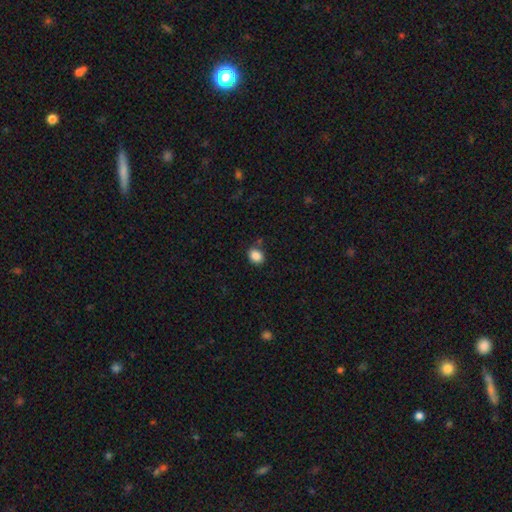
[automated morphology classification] Smooth or featured? Predicted: smooth (p=0.87). How rounded? Predicted: in between (p=0.52). Merging? Predicted: none (p=0.81).